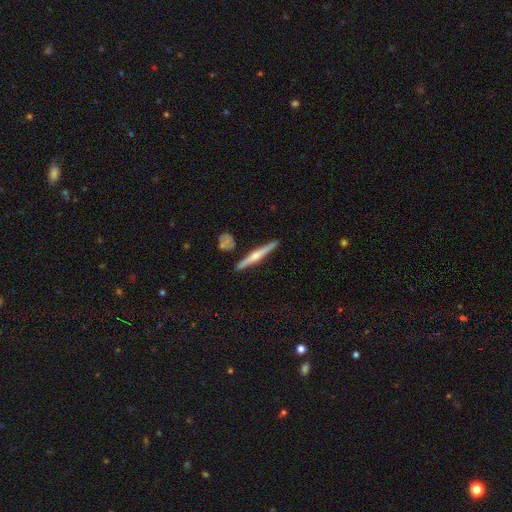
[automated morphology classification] smooth-or-featured: featured or disk: 68% | smooth: 27% | star or artifact: 5%
  disk-edge-on: yes: 98% | no: 2%
    edge-on-bulge: rounded: 86% | none: 8% | boxy: 6%
  merging: none: 88% | minor disturbance: 7% | merger: 3% | major disturbance: 2%